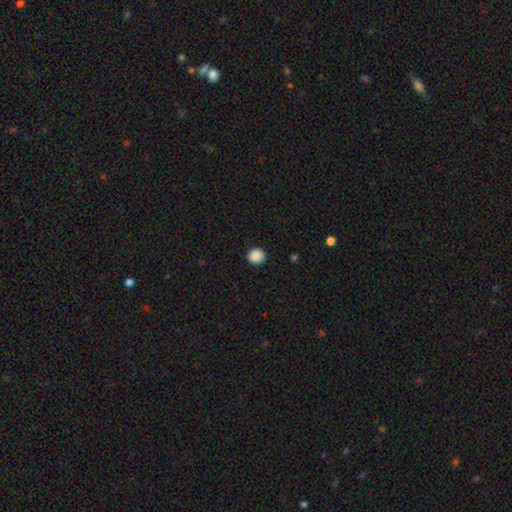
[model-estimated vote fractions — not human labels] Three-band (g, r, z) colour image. It shows a smooth galaxy with no disk features (89%) that is round (88%). Merging: none (90%).